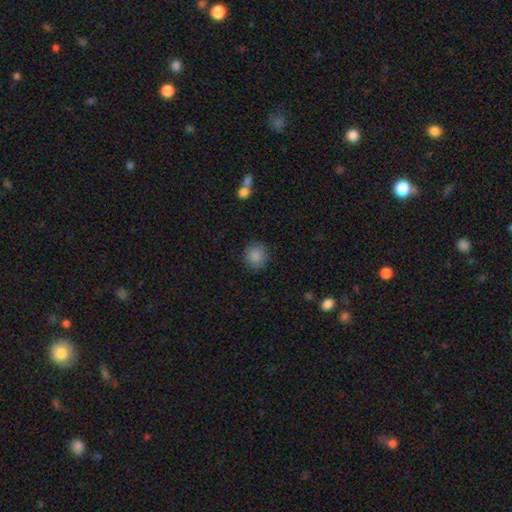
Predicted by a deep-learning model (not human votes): This is clearly a smooth galaxy (86%). How rounded: clearly round (92%). Merging: clearly none (88%).